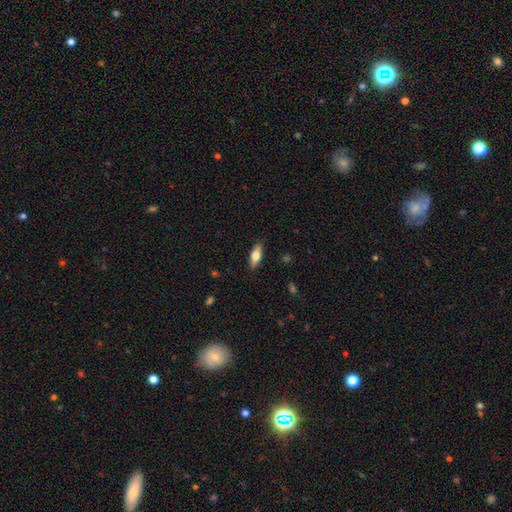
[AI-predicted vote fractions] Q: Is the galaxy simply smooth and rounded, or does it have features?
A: smooth — 61%.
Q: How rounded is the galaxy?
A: in between — 63%.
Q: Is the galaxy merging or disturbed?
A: none — 87%.